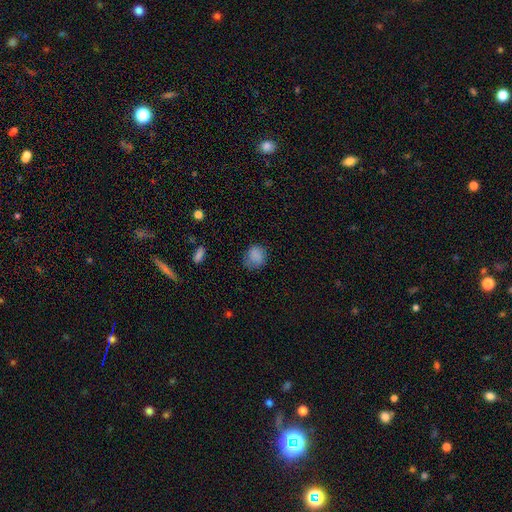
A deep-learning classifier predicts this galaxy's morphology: Q: Smooth or featured?
A: smooth (83%); runner-up: star or artifact (10%)
Q: How rounded?
A: round (71%); runner-up: in between (28%)
Q: Merging?
A: none (66%); runner-up: minor disturbance (24%)